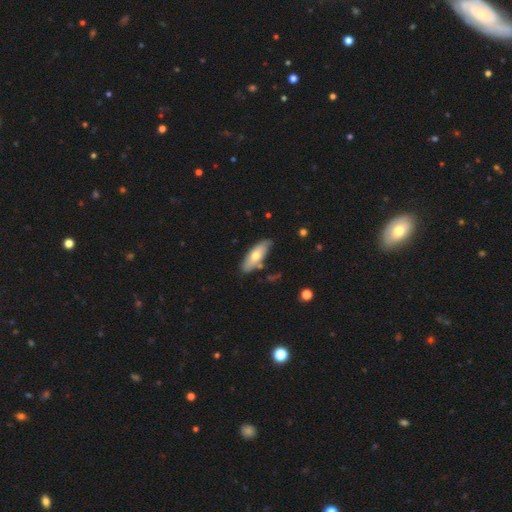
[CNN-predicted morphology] Q: Smooth or featured?
A: smooth (62%); runner-up: featured or disk (32%)
Q: How rounded?
A: in between (71%); runner-up: cigar-shaped (27%)
Q: Merging?
A: none (75%); runner-up: minor disturbance (17%)